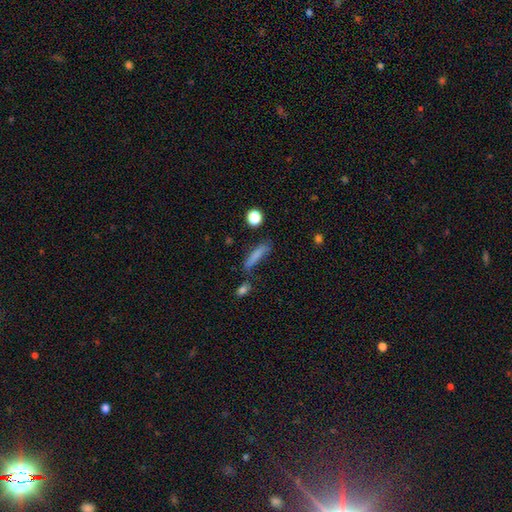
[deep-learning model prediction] Q: Smooth or featured?
A: smooth (74%); runner-up: featured or disk (15%)
Q: How rounded?
A: cigar-shaped (79%); runner-up: in between (18%)
Q: Merging?
A: none (62%); runner-up: minor disturbance (22%)